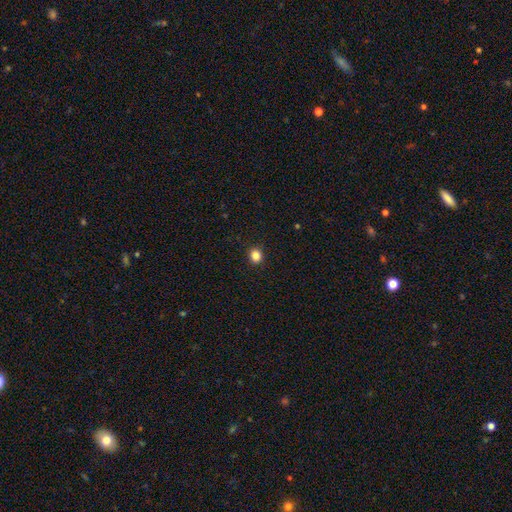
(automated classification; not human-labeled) A smooth galaxy with no disk features (85%) that is round (78%).

Vote fractions:
- Smooth or featured? smooth: 85% / star or artifact: 12% / featured or disk: 3%
- How rounded? round: 78% / in between: 21% / cigar-shaped: 1%
- Merging? none: 92% / minor disturbance: 5% / major disturbance: 2% / merger: 1%